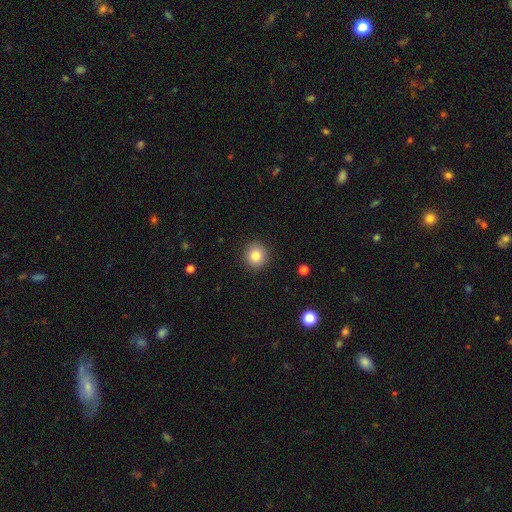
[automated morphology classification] A smooth galaxy with no disk features (82%) that is round (93%). Merging: none (92%).